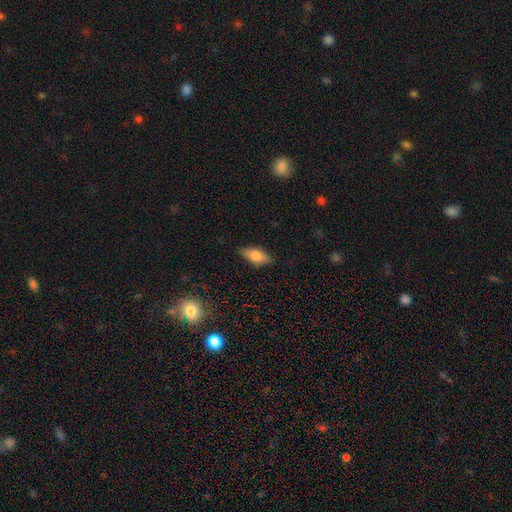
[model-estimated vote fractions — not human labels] A smooth galaxy with no disk features (79%) that is in between round and cigar-shaped (82%).

Vote fractions:
- Smooth or featured? smooth: 79% / featured or disk: 14% / star or artifact: 7%
- How rounded? in between: 82% / cigar-shaped: 16% / round: 3%
- Merging? none: 83% / minor disturbance: 13% / major disturbance: 3% / merger: 1%